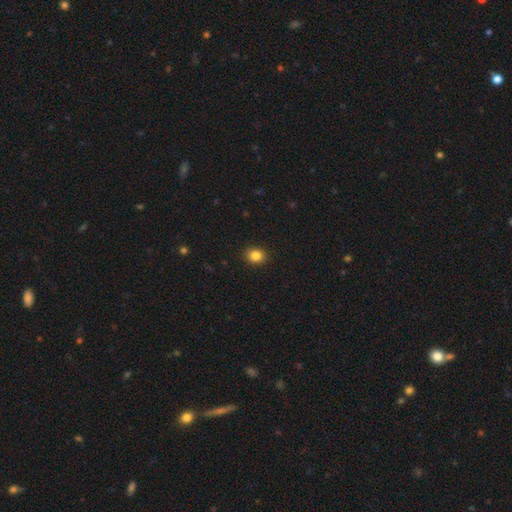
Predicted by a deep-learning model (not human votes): Overall: smooth (85%). How rounded: round (62%; in between 38%). Merging: none (91%).